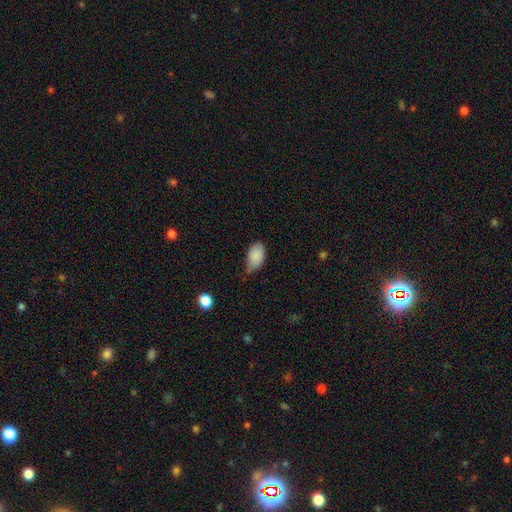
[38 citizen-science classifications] A smooth galaxy with no disk features (87%) that is in between round and cigar-shaped (94%). Merging: minor disturbance (49%).